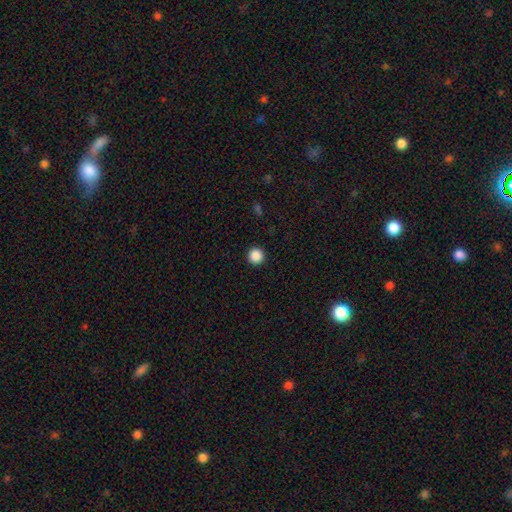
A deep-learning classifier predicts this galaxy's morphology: Smooth or featured? Predicted: smooth (p=0.88). How rounded? Predicted: round (p=0.96). Merging? Predicted: none (p=0.93).